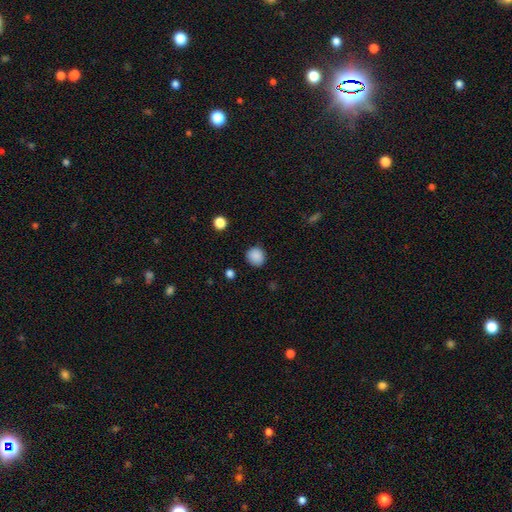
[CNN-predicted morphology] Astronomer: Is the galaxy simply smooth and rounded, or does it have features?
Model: smooth — 88%.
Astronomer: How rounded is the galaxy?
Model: round — 90%.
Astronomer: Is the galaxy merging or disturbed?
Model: none — 87%.